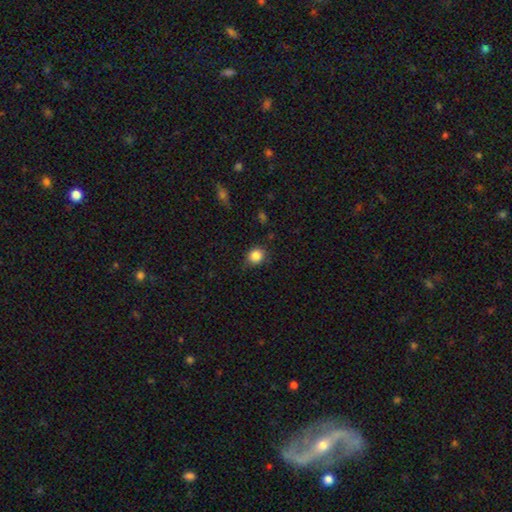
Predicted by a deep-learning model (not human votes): Smooth or featured? smooth (85%)
How rounded? round (78%)
Merging? none (79%)